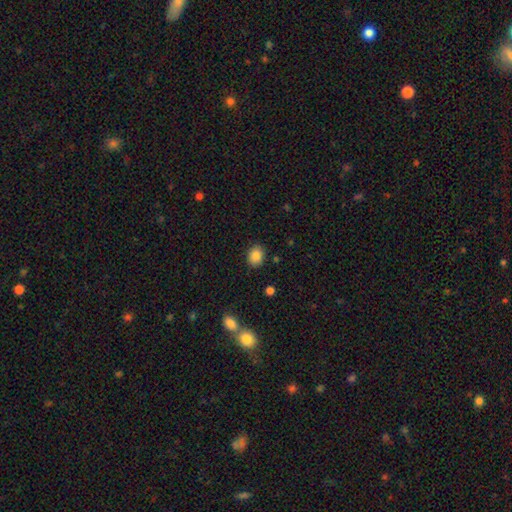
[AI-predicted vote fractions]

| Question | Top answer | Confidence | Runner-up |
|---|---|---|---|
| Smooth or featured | smooth | 86% | star or artifact (9%) |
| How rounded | round | 50% | in between (49%) |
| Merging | none | 87% | minor disturbance (9%) |